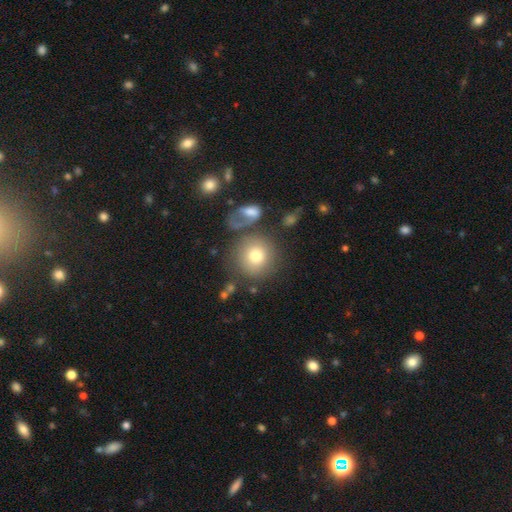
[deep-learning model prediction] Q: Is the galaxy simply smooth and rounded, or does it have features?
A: smooth — 76%.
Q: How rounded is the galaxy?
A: round — 90%.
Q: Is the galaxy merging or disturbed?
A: none — 66%.